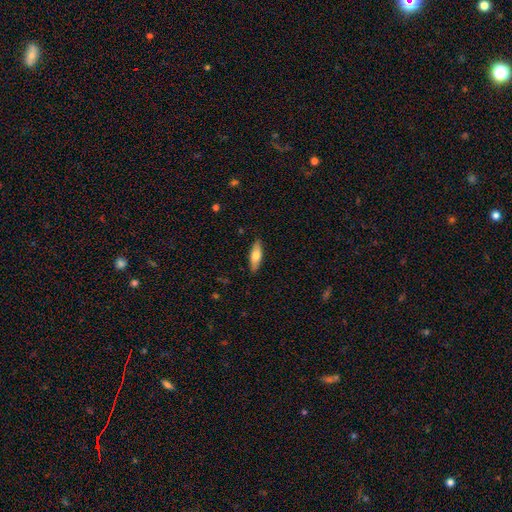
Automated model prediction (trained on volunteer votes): smooth-or-featured: smooth: 67% | featured or disk: 27% | star or artifact: 6%
  how-rounded: in between: 54% | cigar-shaped: 44% | round: 2%
  merging: none: 88% | minor disturbance: 9% | major disturbance: 2% | merger: 1%